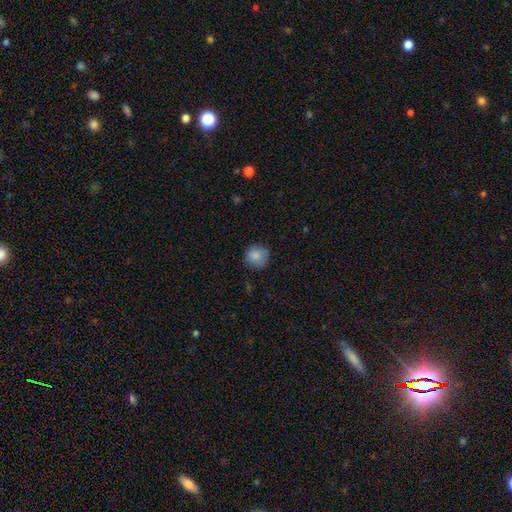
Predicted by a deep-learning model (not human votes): Smooth or featured: smooth — 85% (star or artifact — 8%)
How rounded: round — 91% (in between — 8%)
Merging: none — 81% (minor disturbance — 15%)